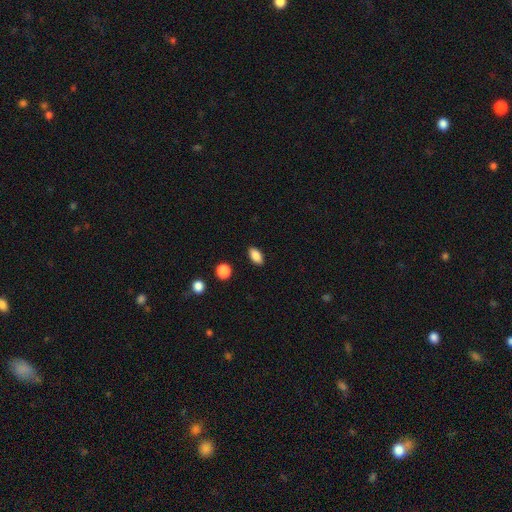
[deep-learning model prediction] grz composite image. It shows a smooth galaxy with no disk features (87%) that is in between round and cigar-shaped (90%). Merging: none (88%).